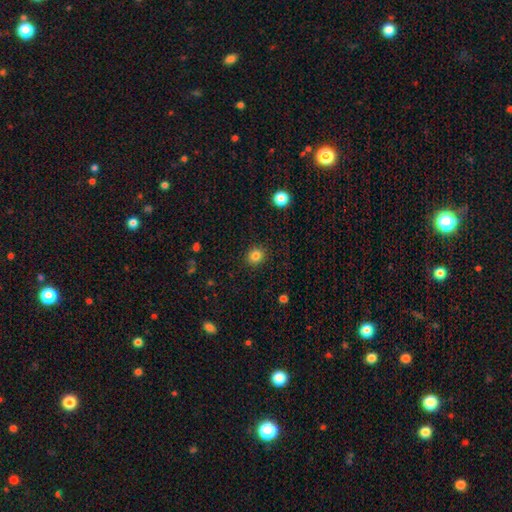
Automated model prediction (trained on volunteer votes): Morphology: type=smooth (83%); roundness=round (86%); merging=none (91%).